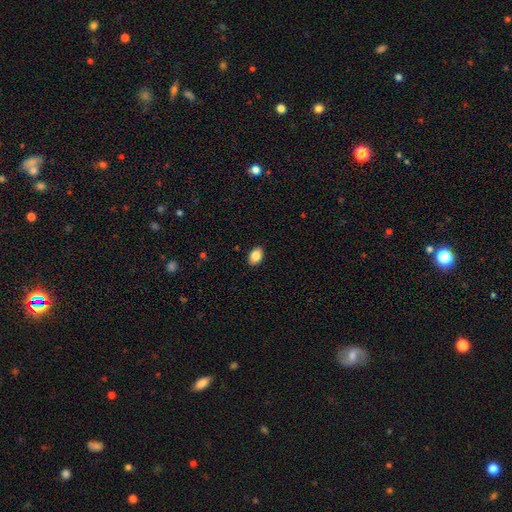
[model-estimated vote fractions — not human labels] Morphology: type=smooth (85%); roundness=in between (84%); merging=none (89%).